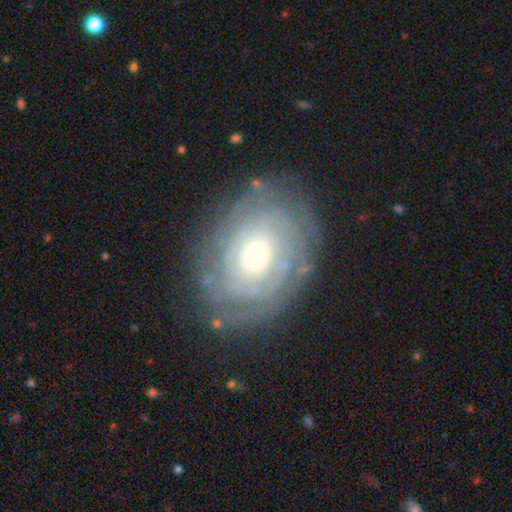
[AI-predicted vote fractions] Q: Smooth or featured?
A: featured or disk (78%); runner-up: smooth (16%)
Q: Edge-on disk?
A: no (96%); runner-up: yes (4%)
Q: Bar?
A: no (83%); runner-up: weak (13%)
Q: Spiral arms?
A: yes (86%); runner-up: no (14%)
Q: Spiral winding?
A: tight (82%); runner-up: medium (14%)
Q: Spiral arm count?
A: can't tell (52%); runner-up: more than 4 (12%)
Q: Bulge size?
A: small (68%); runner-up: moderate (25%)
Q: Merging?
A: none (78%); runner-up: minor disturbance (14%)